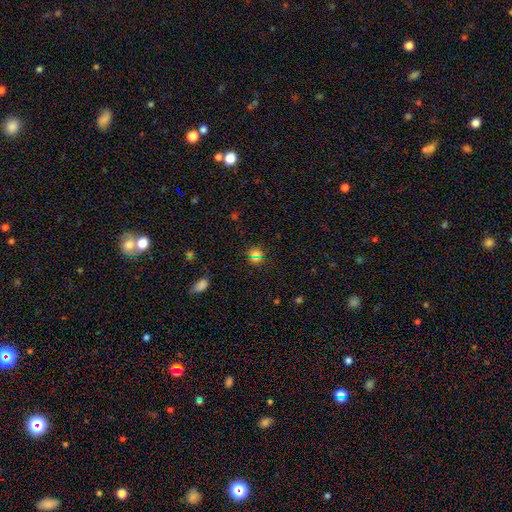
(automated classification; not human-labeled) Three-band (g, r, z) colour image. It shows a smooth galaxy with no disk features (57%) that is round (85%). Merging: none (83%).